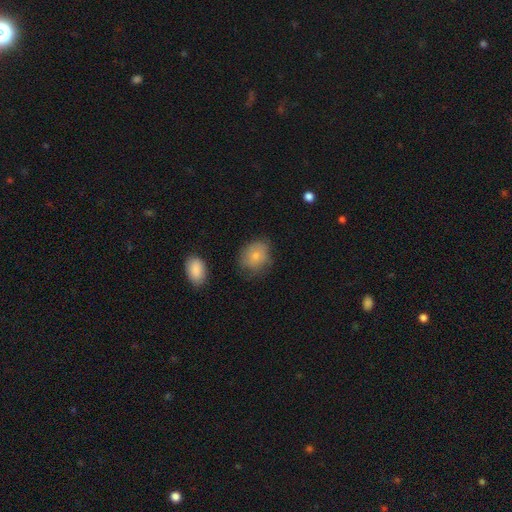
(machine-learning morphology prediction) A smooth galaxy with no disk features (79%) that is round (57%).

Vote fractions:
- Smooth or featured? smooth: 79% / featured or disk: 14% / star or artifact: 7%
- How rounded? round: 57% / in between: 42% / cigar-shaped: 1%
- Merging? none: 66% / minor disturbance: 25% / major disturbance: 7% / merger: 2%